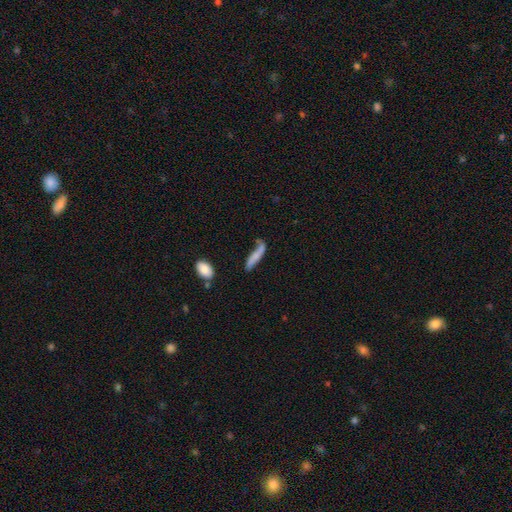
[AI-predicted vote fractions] smooth_or_featured: smooth (p=0.58) [alt: featured or disk p=0.35]
how_rounded: cigar-shaped (p=0.75) [alt: in between p=0.22]
merging: none (p=0.45) [alt: minor disturbance p=0.31]